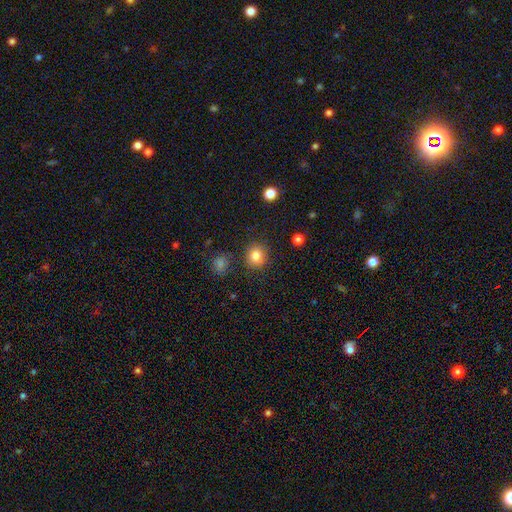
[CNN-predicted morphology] smooth_or_featured: smooth (p=0.83) [alt: star or artifact p=0.11]
how_rounded: round (p=0.86) [alt: in between p=0.13]
merging: none (p=0.88) [alt: minor disturbance p=0.08]